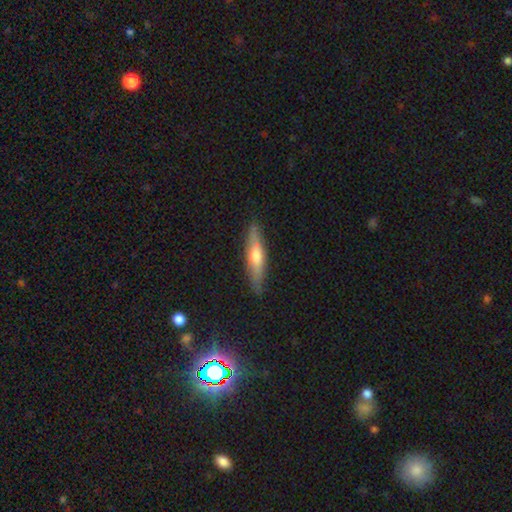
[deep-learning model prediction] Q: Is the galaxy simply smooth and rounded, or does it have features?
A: featured or disk — 48%.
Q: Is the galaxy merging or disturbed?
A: none — 86%.